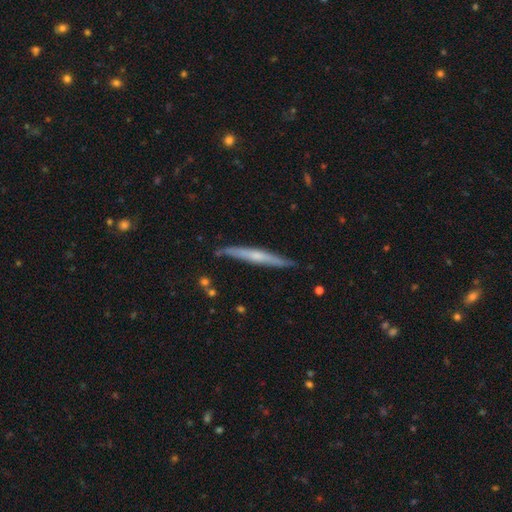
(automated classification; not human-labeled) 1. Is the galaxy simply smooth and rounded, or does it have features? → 61% featured or disk, 33% smooth, 6% star or artifact.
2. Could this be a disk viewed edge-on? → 95% yes, 5% no.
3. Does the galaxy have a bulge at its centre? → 47% none, 46% rounded, 7% boxy.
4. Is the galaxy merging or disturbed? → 84% none, 12% minor disturbance, 2% major disturbance, 2% merger.